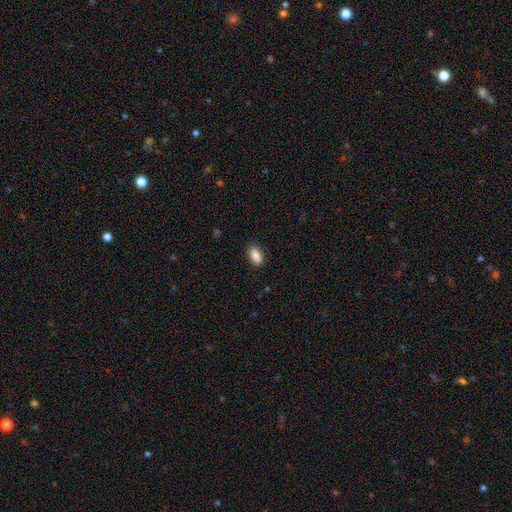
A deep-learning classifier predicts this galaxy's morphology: Smooth or featured?
  - smooth: 89% *
  - star or artifact: 8%
  - featured or disk: 4%
How rounded?
  - in between: 92% *
  - cigar-shaped: 4%
  - round: 4%
Merging?
  - none: 83% *
  - minor disturbance: 14%
  - major disturbance: 3%
  - merger: 1%